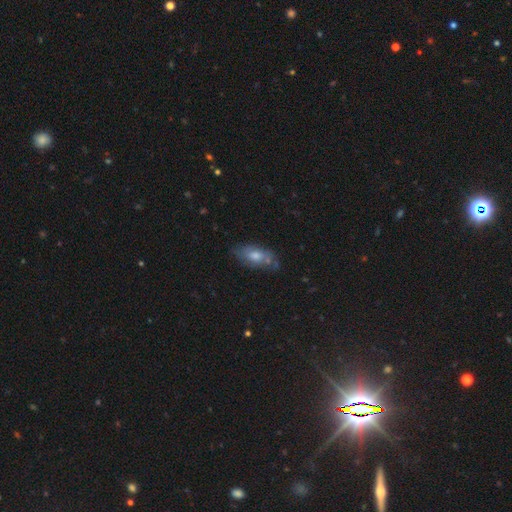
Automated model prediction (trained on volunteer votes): Smooth or featured? smooth (58%)
How rounded? in between (85%)
Merging? none (61%)